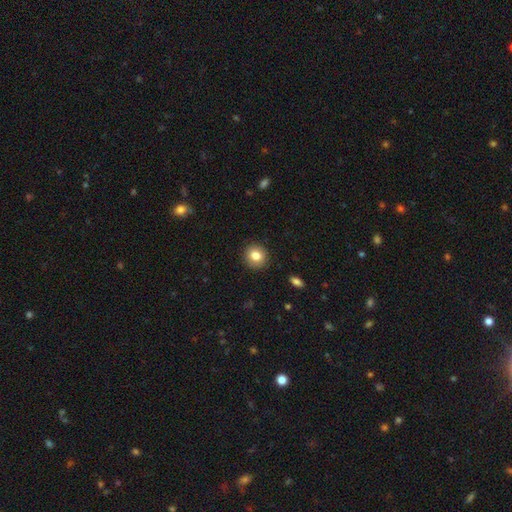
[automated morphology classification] type=smooth (82%); roundness=round (86%); merging=none (90%).